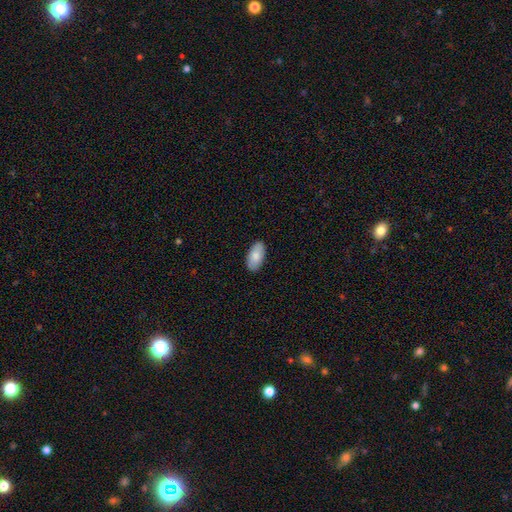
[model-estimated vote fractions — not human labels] Smooth or featured: smooth — 83% (featured or disk — 11%)
How rounded: in between — 95% (cigar-shaped — 3%)
Merging: none — 88% (minor disturbance — 9%)